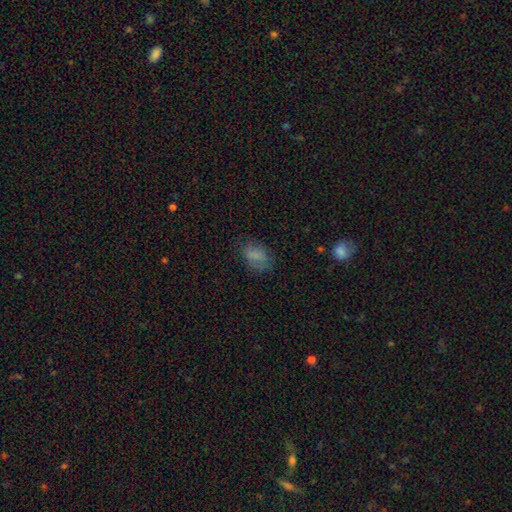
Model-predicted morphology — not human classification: A smooth galaxy with no disk features (75%) that is in between round and cigar-shaped (77%). Merging: none (66%).